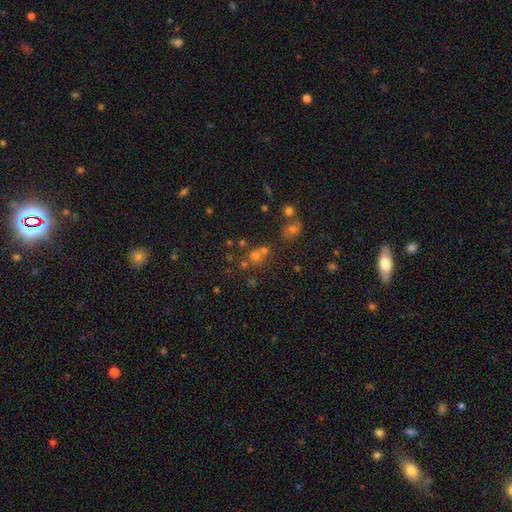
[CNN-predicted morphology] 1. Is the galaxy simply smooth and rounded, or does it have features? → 61% smooth, 26% star or artifact, 13% featured or disk.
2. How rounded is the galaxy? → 84% round, 15% in between, 1% cigar-shaped.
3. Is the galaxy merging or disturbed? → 54% none, 33% merger, 9% minor disturbance, 5% major disturbance.